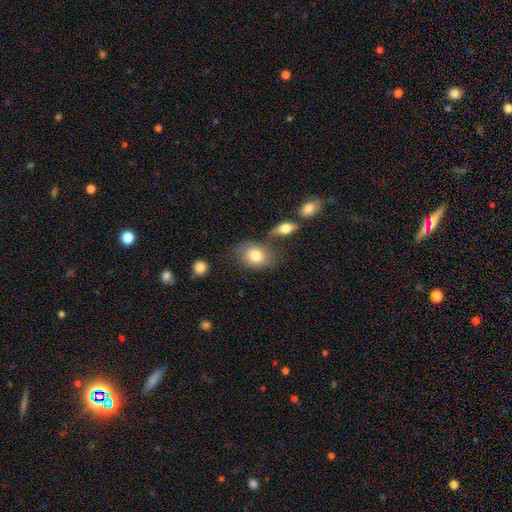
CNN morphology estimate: Q: Smooth or featured?
A: smooth (78%); runner-up: featured or disk (15%)
Q: How rounded?
A: in between (72%); runner-up: round (26%)
Q: Merging?
A: none (60%); runner-up: minor disturbance (19%)